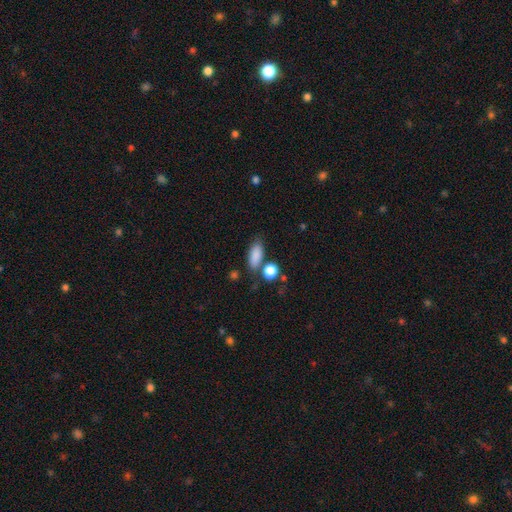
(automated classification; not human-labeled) smooth-or-featured: smooth: 86% | star or artifact: 8% | featured or disk: 6%
  how-rounded: in between: 80% | cigar-shaped: 13% | round: 7%
  merging: none: 66% | minor disturbance: 15% | merger: 14% | major disturbance: 5%